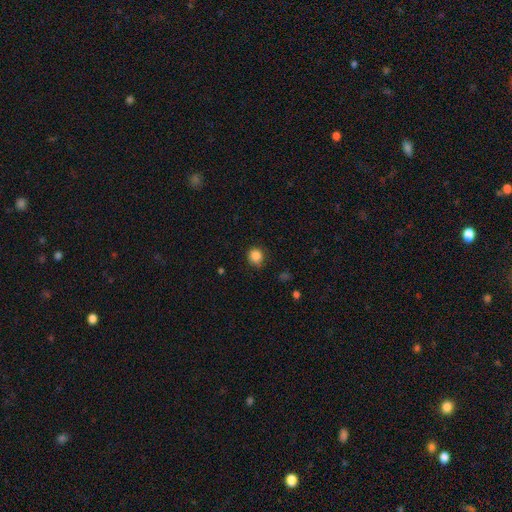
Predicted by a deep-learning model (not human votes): The model was most divided on "merging": none: 83%, minor disturbance: 13%, major disturbance: 3%, merger: 1%. More confident: how rounded — round (88%); smooth or featured — smooth (86%).